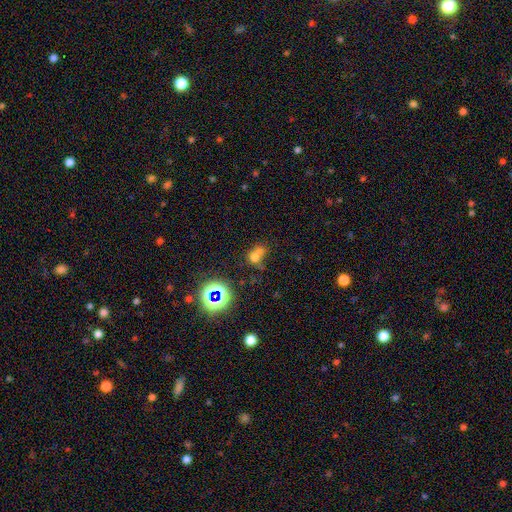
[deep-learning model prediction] Smooth or featured? smooth (56%)
How rounded? round (61%)
Merging? merger (52%)